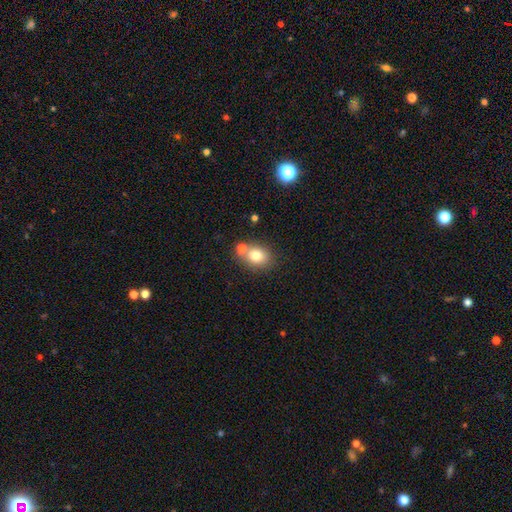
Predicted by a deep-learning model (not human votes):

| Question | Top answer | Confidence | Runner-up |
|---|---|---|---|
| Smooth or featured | smooth | 78% | featured or disk (12%) |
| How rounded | round | 51% | in between (48%) |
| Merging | none | 57% | merger (29%) |